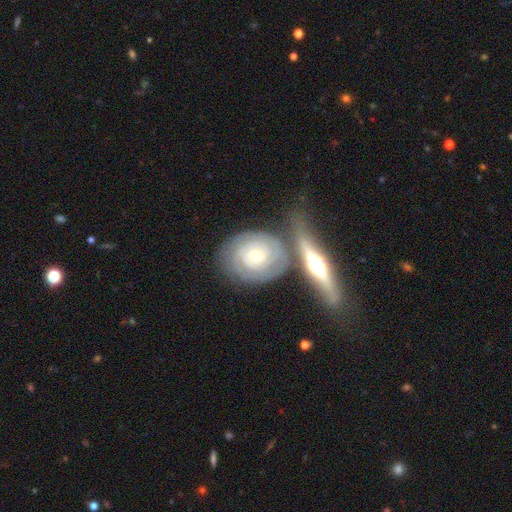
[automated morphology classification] A featured or disk galaxy (80%) with no bar (80%), 2 (41%) tight (80%) spiral arms (93%) and a small central bulge (65%).

Vote fractions:
- Smooth or featured? featured or disk: 80% / smooth: 14% / star or artifact: 6%
- Edge-on disk? no: 91% / yes: 9%
- Bar? no: 80% / weak: 16% / strong: 5%
- Spiral arms? yes: 93% / no: 7%
- Spiral winding? tight: 80% / medium: 16% / loose: 4%
- Spiral arm count? 2: 41% / can't tell: 30% / 3: 15% / 4: 6% / 1: 4% / more than 4: 4%
- Bulge size? small: 65% / moderate: 30% / large: 2% / none: 1% / dominant: 1%
- Merging? none: 62% / minor disturbance: 17% / merger: 16% / major disturbance: 6%